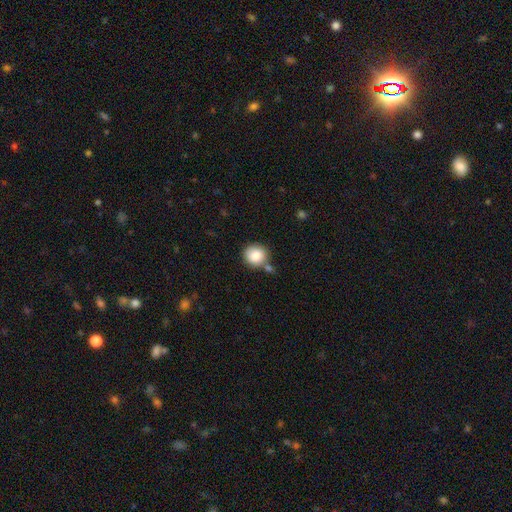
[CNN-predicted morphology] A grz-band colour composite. It shows a smooth galaxy with no disk features (85%) that is round (89%). Merging: none (71%).